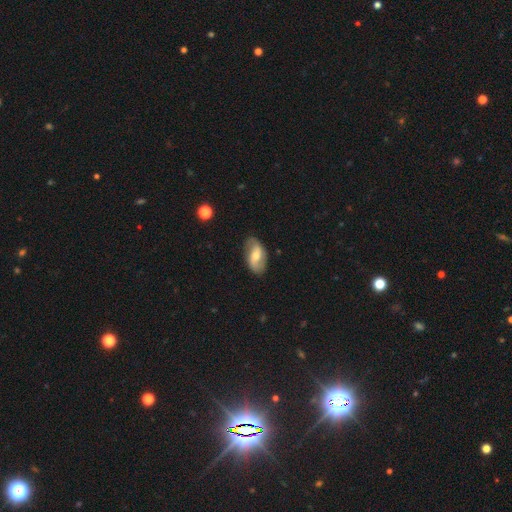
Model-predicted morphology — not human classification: Q: Smooth or featured?
A: featured or disk (59%); runner-up: smooth (34%)
Q: Edge-on disk?
A: no (94%); runner-up: yes (6%)
Q: Bar?
A: weak (45%); runner-up: no (32%)
Q: Spiral arms?
A: yes (83%); runner-up: no (17%)
Q: Bulge size?
A: moderate (57%); runner-up: small (36%)
Q: Merging?
A: none (77%); runner-up: minor disturbance (17%)